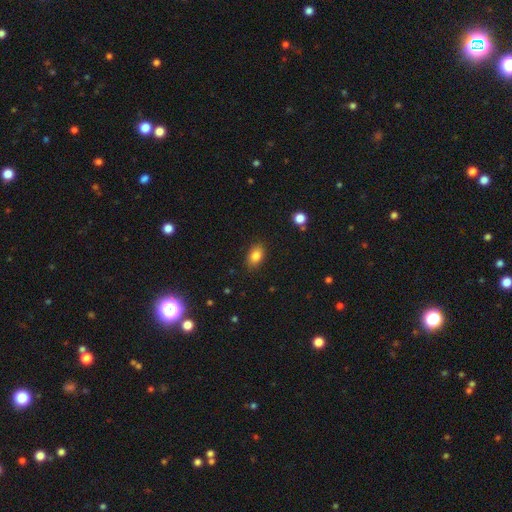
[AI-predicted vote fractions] Q: Smooth or featured?
A: smooth (84%); runner-up: star or artifact (9%)
Q: How rounded?
A: in between (85%); runner-up: round (13%)
Q: Merging?
A: none (85%); runner-up: minor disturbance (11%)